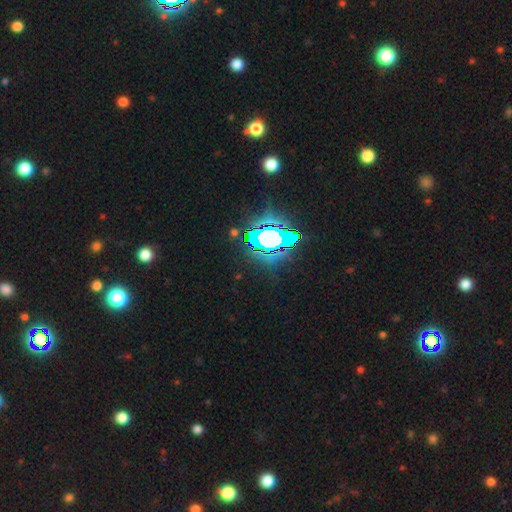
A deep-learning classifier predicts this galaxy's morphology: type=star or artifact (80%).